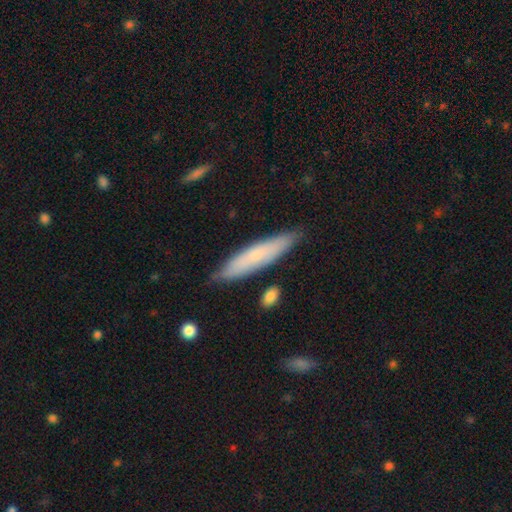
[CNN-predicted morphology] Smooth or featured?
  - smooth: 60% *
  - featured or disk: 34%
  - star or artifact: 6%
How rounded?
  - cigar-shaped: 82% *
  - in between: 17%
  - round: 1%
Merging?
  - none: 83% *
  - minor disturbance: 13%
  - merger: 2%
  - major disturbance: 2%